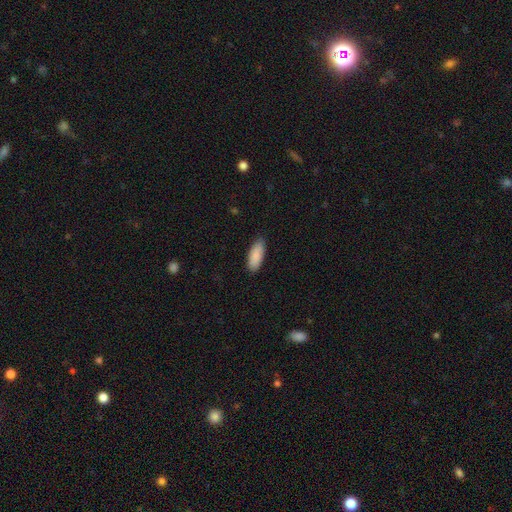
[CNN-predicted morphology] This is clearly a smooth galaxy (90%). How rounded: likely in between (79%). Merging: clearly none (86%).